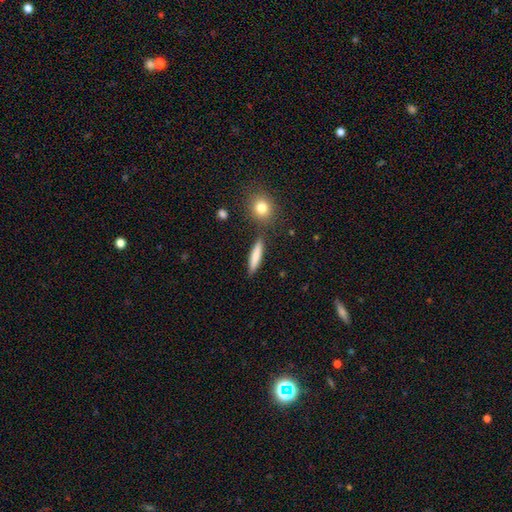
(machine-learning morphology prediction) type=smooth (78%); roundness=cigar-shaped (84%); merging=none (85%).